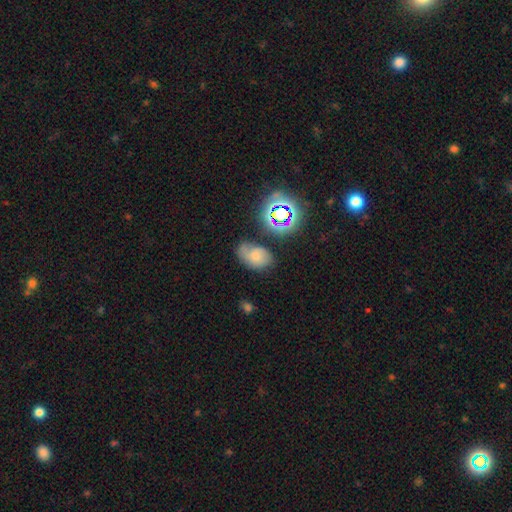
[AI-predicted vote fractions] Morphology: type=smooth (52%); roundness=in between (82%); merging=none (50%).